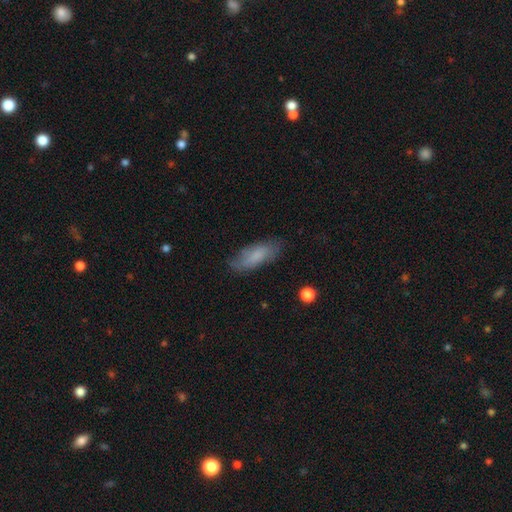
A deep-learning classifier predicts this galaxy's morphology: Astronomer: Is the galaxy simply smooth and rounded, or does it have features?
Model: smooth — 75%.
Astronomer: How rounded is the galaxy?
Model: in between — 69%.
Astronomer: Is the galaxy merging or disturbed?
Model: none — 73%.